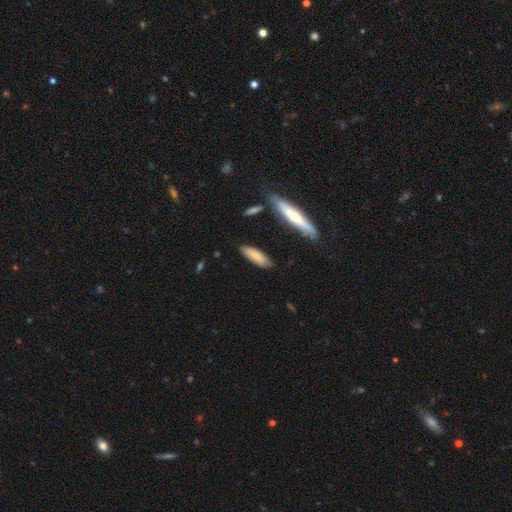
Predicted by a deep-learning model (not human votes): Smooth or featured?
  - smooth: 78% *
  - featured or disk: 16%
  - star or artifact: 6%
How rounded?
  - cigar-shaped: 51% *
  - in between: 47%
  - round: 2%
Merging?
  - none: 82% *
  - minor disturbance: 13%
  - merger: 3%
  - major disturbance: 3%